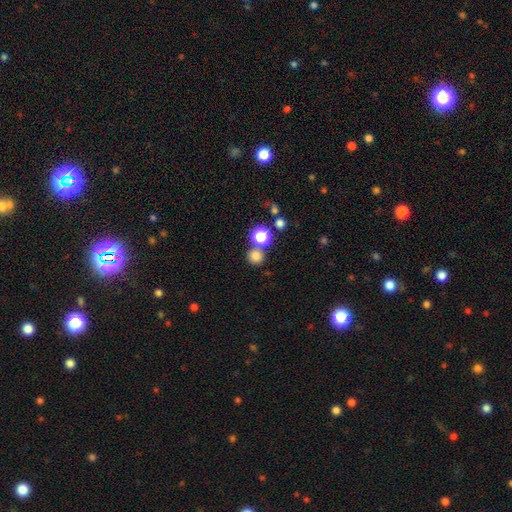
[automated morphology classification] The model was most divided on "merging": none: 70%, merger: 19%, minor disturbance: 7%, major disturbance: 3%. More confident: how rounded — round (91%); smooth or featured — smooth (77%).